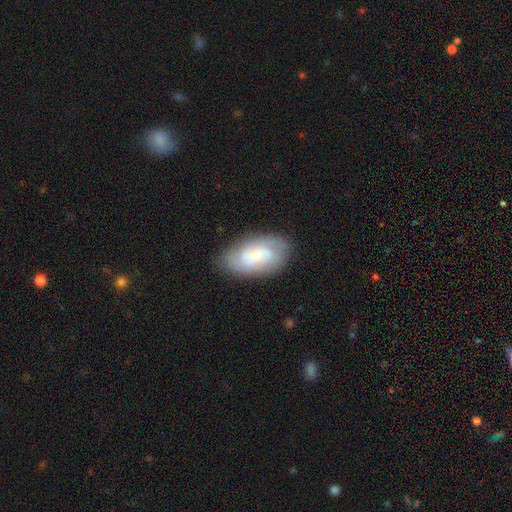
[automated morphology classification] Smooth or featured? Predicted: smooth (p=0.47). Merging? Predicted: none (p=0.73).